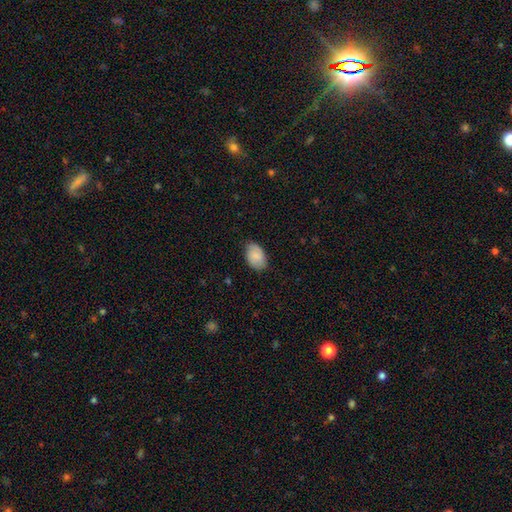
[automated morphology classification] type=smooth (78%); roundness=in between (90%); merging=none (78%).